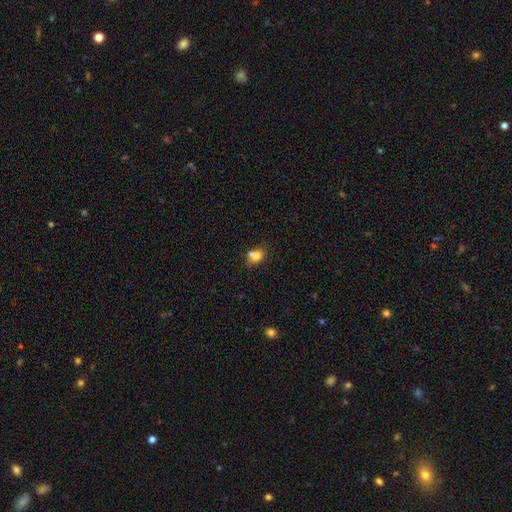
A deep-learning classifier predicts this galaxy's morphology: smooth_or_featured: smooth (p=0.76) [alt: featured or disk p=0.13]
how_rounded: round (p=0.54) [alt: in between p=0.45]
merging: merger (p=0.42) [alt: none p=0.40]